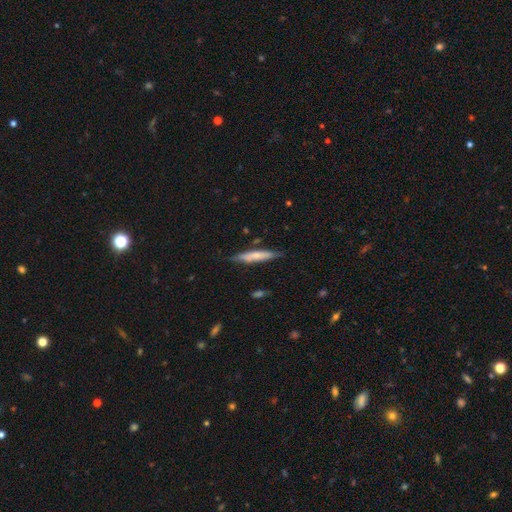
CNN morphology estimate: Smooth or featured: smooth — 61% (featured or disk — 34%)
How rounded: cigar-shaped — 91% (in between — 8%)
Merging: none — 80% (minor disturbance — 15%)